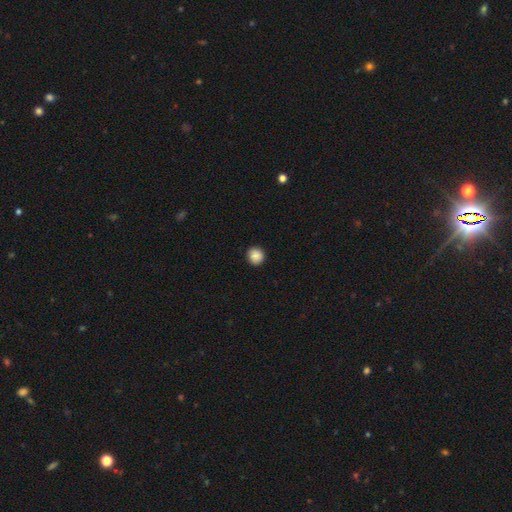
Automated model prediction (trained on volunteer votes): smooth-or-featured: smooth: 88% | star or artifact: 9% | featured or disk: 3%
  how-rounded: round: 92% | in between: 7% | cigar-shaped: 1%
  merging: none: 91% | minor disturbance: 7% | major disturbance: 2% | merger: 1%